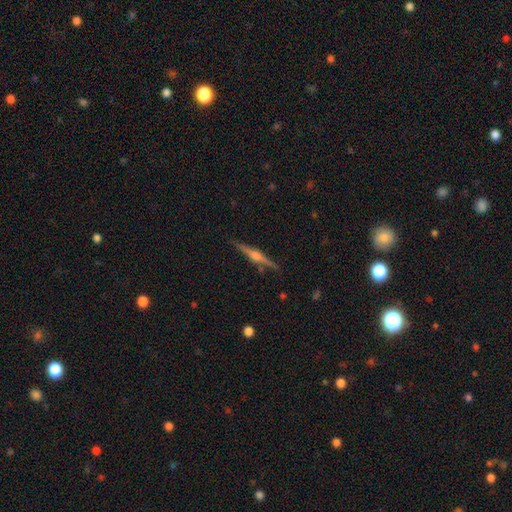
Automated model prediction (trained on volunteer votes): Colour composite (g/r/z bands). It shows a featured or disk galaxy (83%) viewed edge-on (98%) with a rounded central bulge (90%). Merging: none (89%).